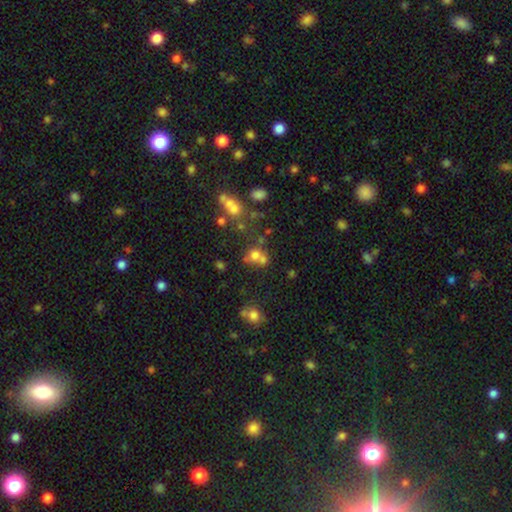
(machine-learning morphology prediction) The model was most divided on "merging": merger: 42%, none: 41%, minor disturbance: 10%, major disturbance: 6%. More confident: how rounded — round (76%); smooth or featured — smooth (63%).